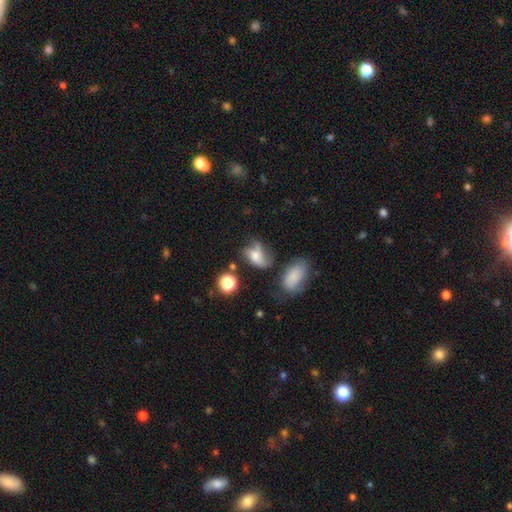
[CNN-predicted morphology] This appears to be a featured or disk galaxy (43%). Merging: none (37%).